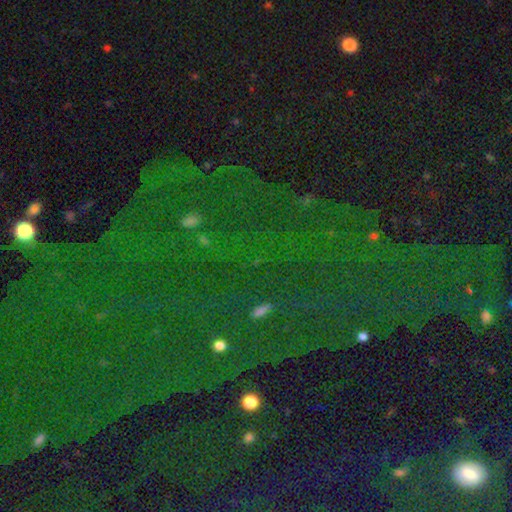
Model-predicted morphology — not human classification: A star or artifact, not a galaxy (78%).

Vote fractions:
- Smooth or featured? star or artifact: 78% / smooth: 12% / featured or disk: 9%